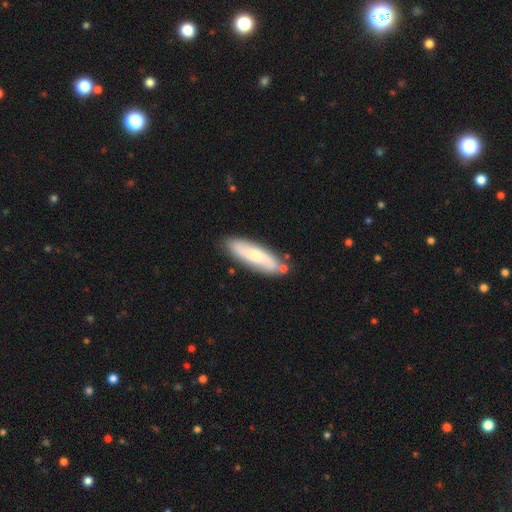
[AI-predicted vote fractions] A smooth galaxy with no disk features (52%) that is cigar-shaped (59%). Merging: none (76%).